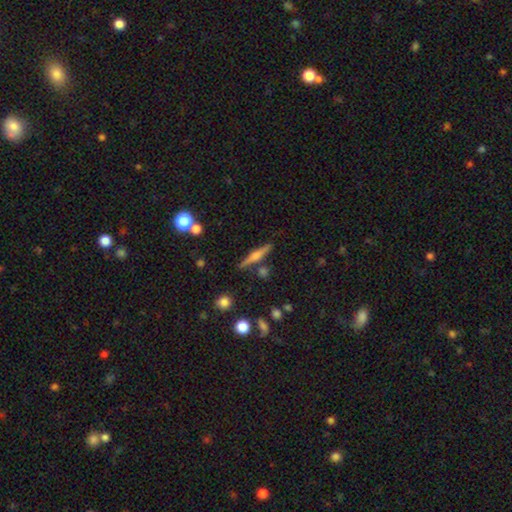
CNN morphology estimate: Smooth or featured? Predicted: featured or disk (p=0.60). Edge-on disk? Predicted: yes (p=0.97). Edge-on bulge? Predicted: rounded (p=0.81). Merging? Predicted: none (p=0.83).